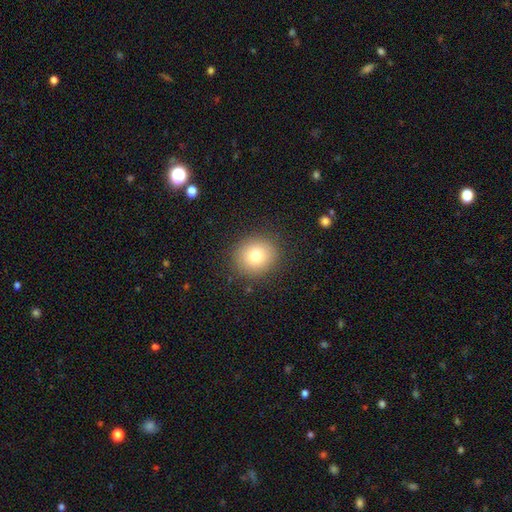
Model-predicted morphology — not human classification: Smooth or featured?
  - smooth: 78% *
  - star or artifact: 12%
  - featured or disk: 10%
How rounded?
  - round: 86% *
  - in between: 13%
  - cigar-shaped: 1%
Merging?
  - none: 89% *
  - minor disturbance: 7%
  - major disturbance: 3%
  - merger: 1%